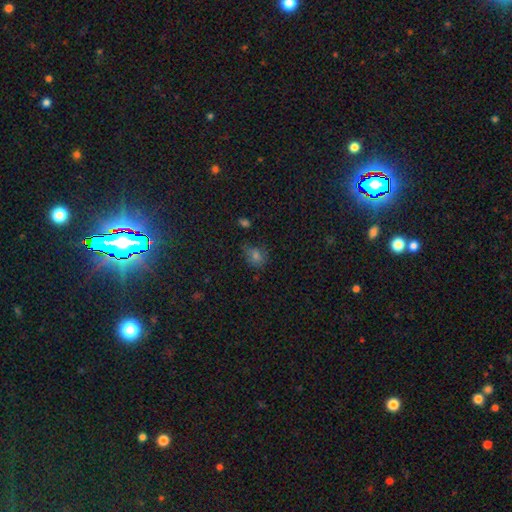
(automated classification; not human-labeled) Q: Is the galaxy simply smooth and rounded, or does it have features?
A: smooth — 62%.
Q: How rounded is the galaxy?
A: round — 51%.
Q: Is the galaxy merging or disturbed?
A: none — 60%.